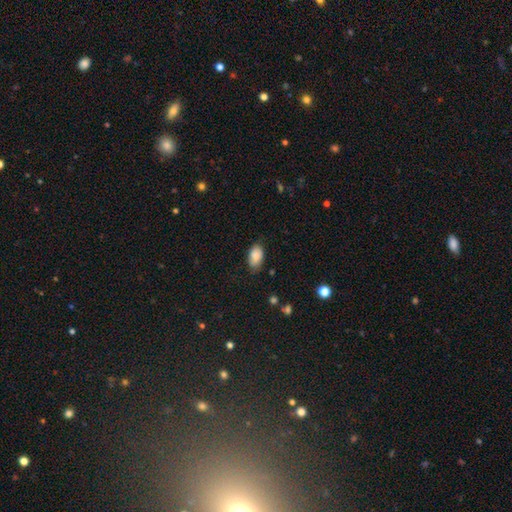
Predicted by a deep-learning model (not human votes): smooth-or-featured: smooth: 87% | star or artifact: 7% | featured or disk: 6%
  how-rounded: in between: 92% | round: 6% | cigar-shaped: 2%
  merging: none: 76% | minor disturbance: 19% | major disturbance: 4% | merger: 1%